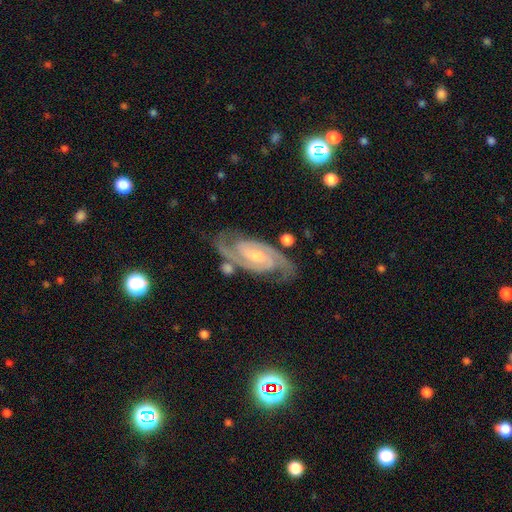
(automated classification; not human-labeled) smooth_or_featured: featured or disk (p=0.92) [alt: star or artifact p=0.05]
disk_edge_on: no (p=0.97) [alt: yes p=0.03]
bar: weak (p=0.47) [alt: no p=0.34]
has_spiral_arms: yes (p=0.99) [alt: no p=0.01]
spiral_winding: tight (p=0.57) [alt: medium p=0.39]
spiral_arm_count: 2 (p=0.85) [alt: 3 p=0.07]
bulge_size: small (p=0.49) [alt: moderate p=0.42]
merging: none (p=0.78) [alt: minor disturbance p=0.14]